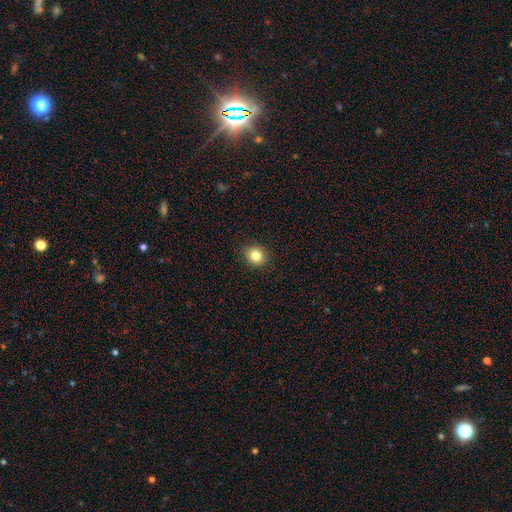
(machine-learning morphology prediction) This is clearly a smooth galaxy (83%). How rounded: likely round (79%). Merging: clearly none (91%).